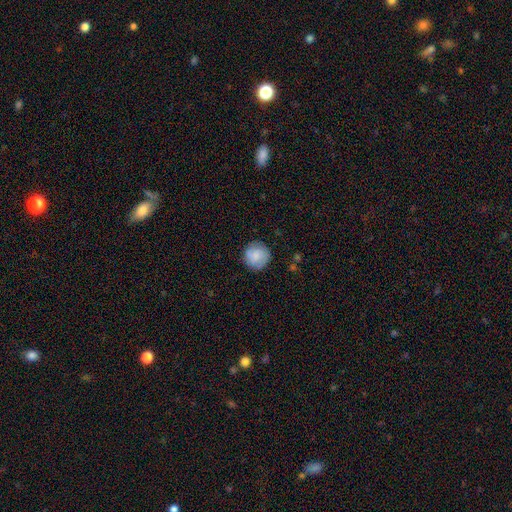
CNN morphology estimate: The model was most divided on "smooth or featured": smooth: 79%, featured or disk: 14%, star or artifact: 7%. More confident: how rounded — round (93%); merging — none (84%).